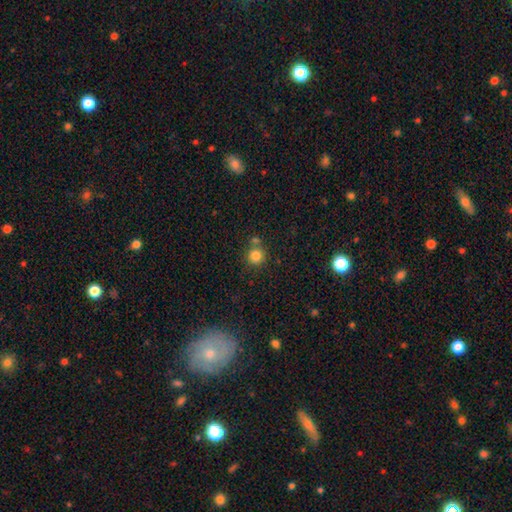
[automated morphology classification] This is clearly a smooth galaxy (83%). How rounded: clearly round (92%). Merging: likely none (70%).